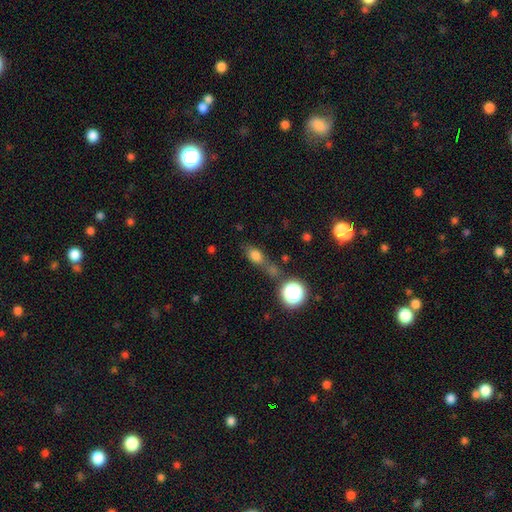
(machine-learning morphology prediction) smooth-or-featured: smooth: 72% | star or artifact: 17% | featured or disk: 11%
  how-rounded: in between: 59% | round: 33% | cigar-shaped: 8%
  merging: none: 46% | merger: 32% | minor disturbance: 14% | major disturbance: 8%